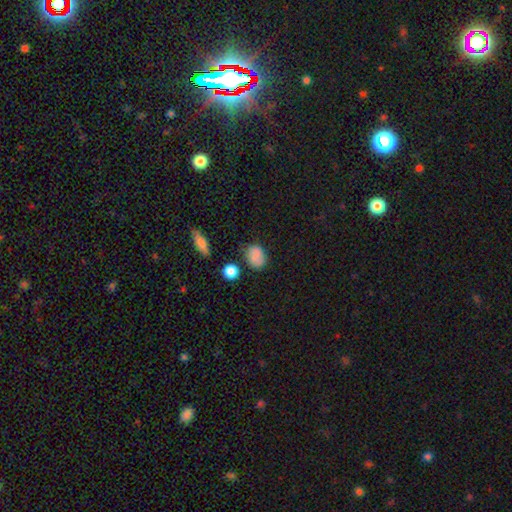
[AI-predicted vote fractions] Q: Smooth or featured?
A: smooth (82%); runner-up: star or artifact (10%)
Q: How rounded?
A: in between (65%); runner-up: round (33%)
Q: Merging?
A: none (72%); runner-up: minor disturbance (18%)